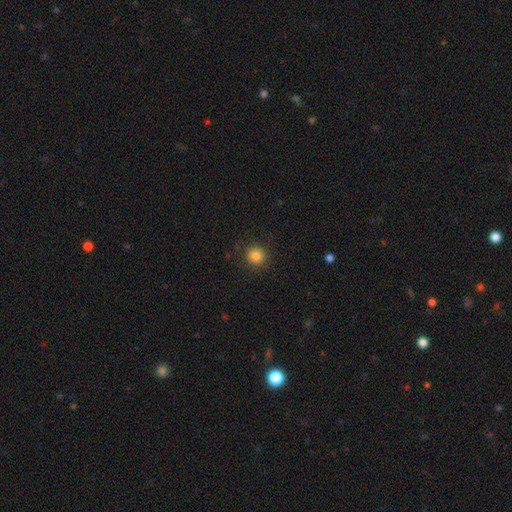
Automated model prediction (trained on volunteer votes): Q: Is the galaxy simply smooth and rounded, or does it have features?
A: smooth — 84%.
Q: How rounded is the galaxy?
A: round — 93%.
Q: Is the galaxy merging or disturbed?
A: none — 88%.